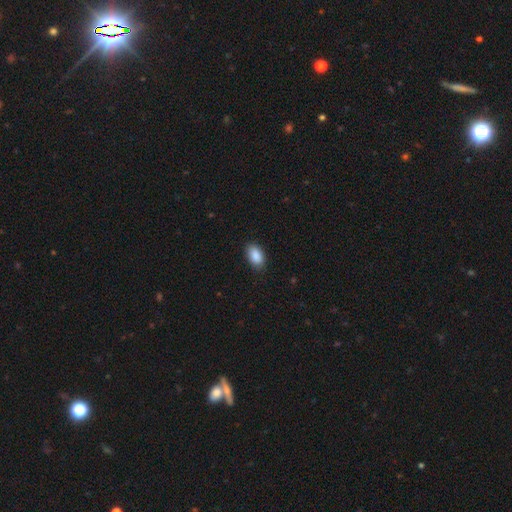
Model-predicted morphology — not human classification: Q: Smooth or featured?
A: smooth (89%); runner-up: star or artifact (7%)
Q: How rounded?
A: in between (93%); runner-up: round (5%)
Q: Merging?
A: none (85%); runner-up: minor disturbance (11%)